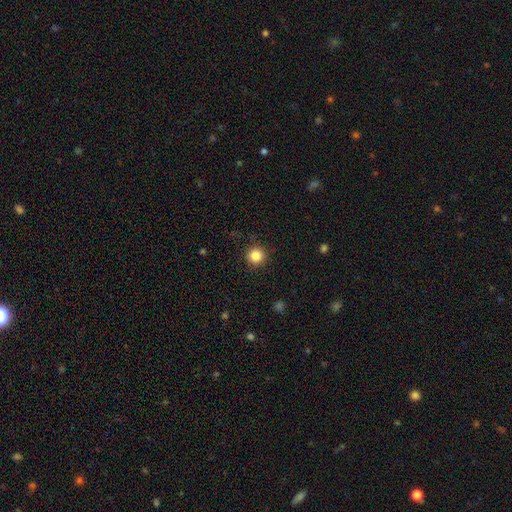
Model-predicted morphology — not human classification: Smooth or featured? Predicted: smooth (p=0.85). How rounded? Predicted: round (p=0.95). Merging? Predicted: none (p=0.91).